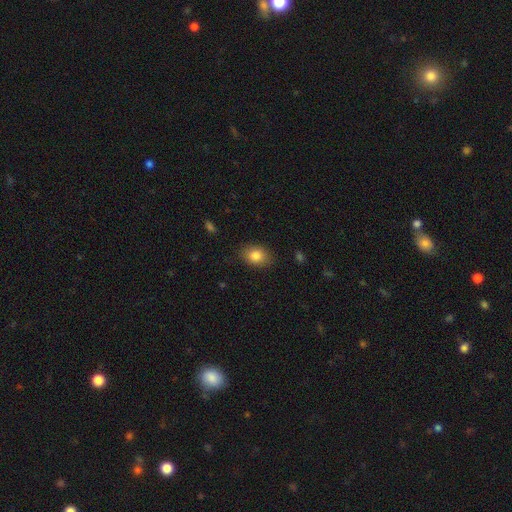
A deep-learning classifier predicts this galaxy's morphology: Smooth or featured: smooth — 83% (star or artifact — 9%)
How rounded: in between — 69% (round — 30%)
Merging: none — 85% (minor disturbance — 12%)